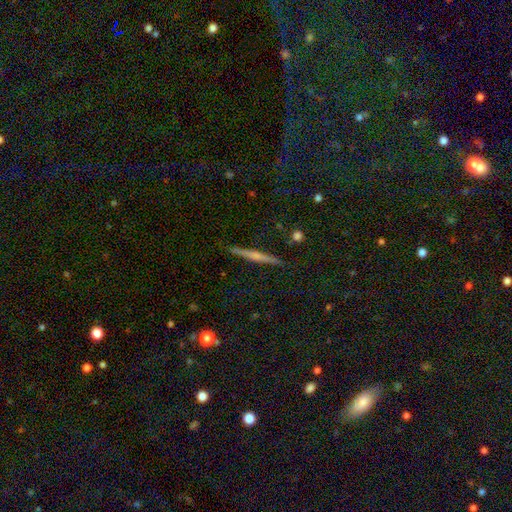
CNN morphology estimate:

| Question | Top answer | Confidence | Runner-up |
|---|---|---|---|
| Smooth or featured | featured or disk | 63% | smooth (31%) |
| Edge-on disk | yes | 98% | no (2%) |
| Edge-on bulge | rounded | 49% | none (37%) |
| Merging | none | 91% | minor disturbance (7%) |